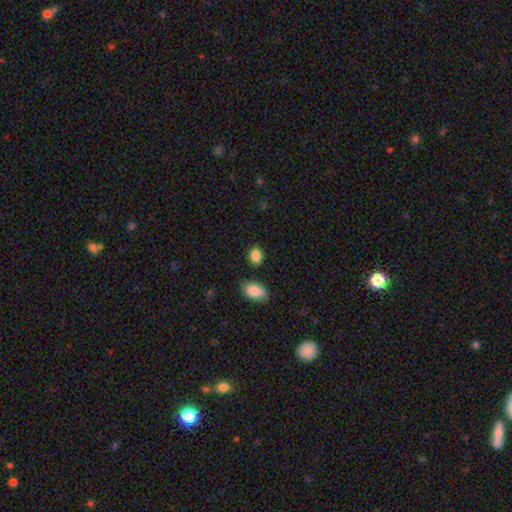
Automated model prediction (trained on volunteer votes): The model was most divided on "how rounded": in between: 72%, round: 27%, cigar-shaped: 1%. More confident: smooth or featured — smooth (87%); merging — none (83%).